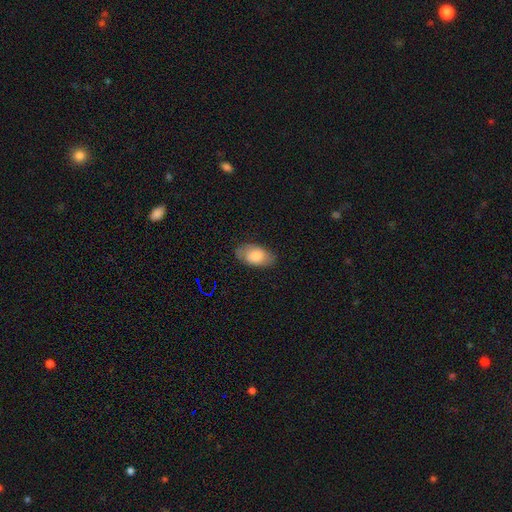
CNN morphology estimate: This is likely a smooth galaxy (70%). How rounded: clearly in between (93%). Merging: likely none (76%).